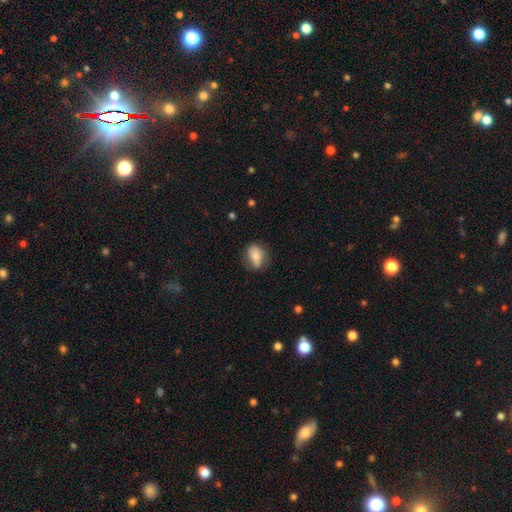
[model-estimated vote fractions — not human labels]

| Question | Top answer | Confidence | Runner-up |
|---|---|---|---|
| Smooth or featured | smooth | 69% | featured or disk (23%) |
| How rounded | in between | 70% | round (27%) |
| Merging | none | 64% | minor disturbance (26%) |